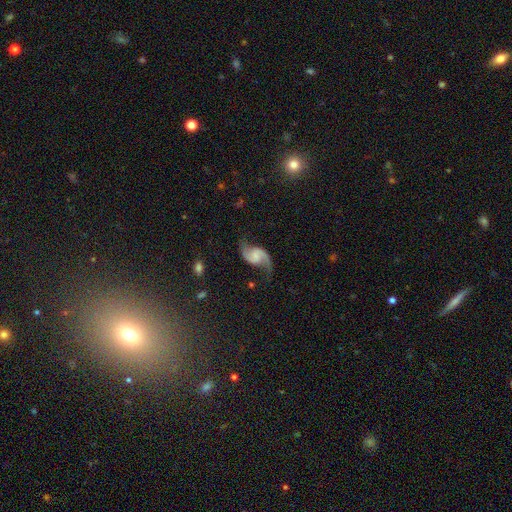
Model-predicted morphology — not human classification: This appears to be a featured or disk galaxy (88%) with no bar (52%), 2 (94%) loose (74%) spiral arms (97%) and no central bulge (50%). Merging: none (74%).